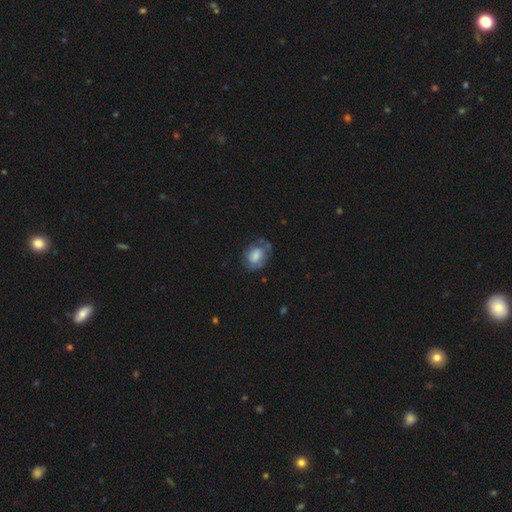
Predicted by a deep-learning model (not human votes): The model was most divided on "smooth or featured": smooth: 51%, featured or disk: 41%, star or artifact: 8%. More confident: how rounded — in between (61%); merging — none (56%).